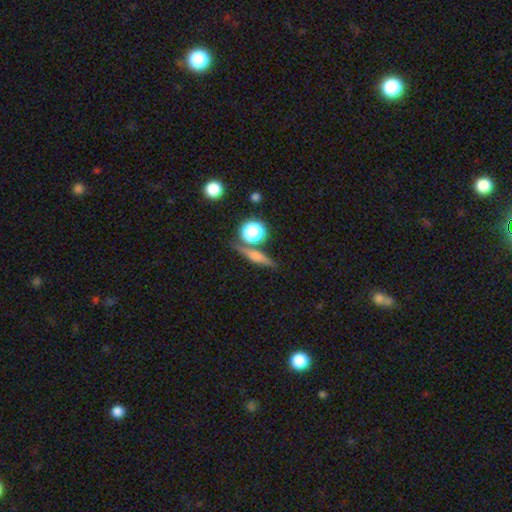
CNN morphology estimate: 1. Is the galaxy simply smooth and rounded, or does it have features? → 44% featured or disk, 42% smooth, 13% star or artifact.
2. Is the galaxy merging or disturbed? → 78% none, 10% minor disturbance, 9% merger, 3% major disturbance.